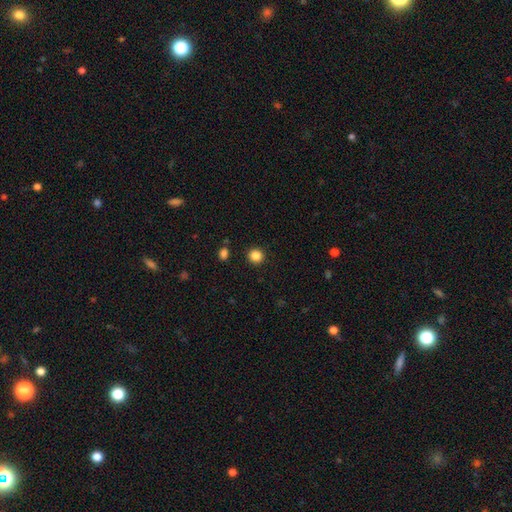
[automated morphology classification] Smooth or featured?
  - smooth: 86% *
  - star or artifact: 11%
  - featured or disk: 3%
How rounded?
  - round: 92% *
  - in between: 7%
  - cigar-shaped: 1%
Merging?
  - none: 91% *
  - minor disturbance: 5%
  - major disturbance: 2%
  - merger: 2%